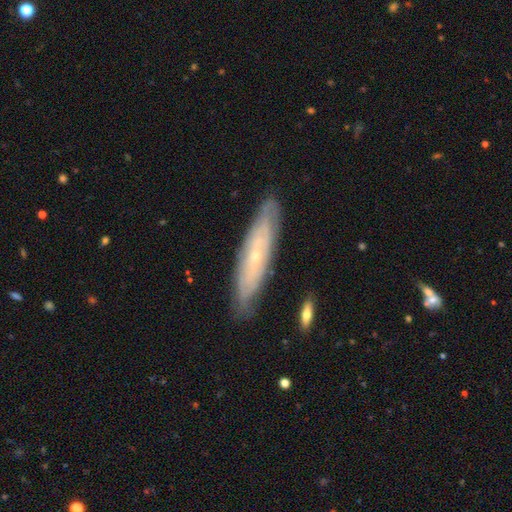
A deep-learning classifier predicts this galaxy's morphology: A featured or disk galaxy (64%).

Vote fractions:
- Smooth or featured? featured or disk: 64% / smooth: 29% / star or artifact: 7%
- Edge-on disk? no: 59% / yes: 41%
- Merging? none: 84% / minor disturbance: 12% / major disturbance: 2% / merger: 1%